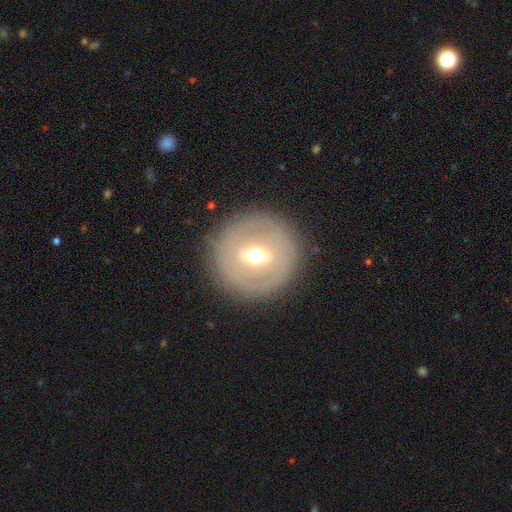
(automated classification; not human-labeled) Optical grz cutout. It shows a featured or disk galaxy (54%). Merging: none (86%).